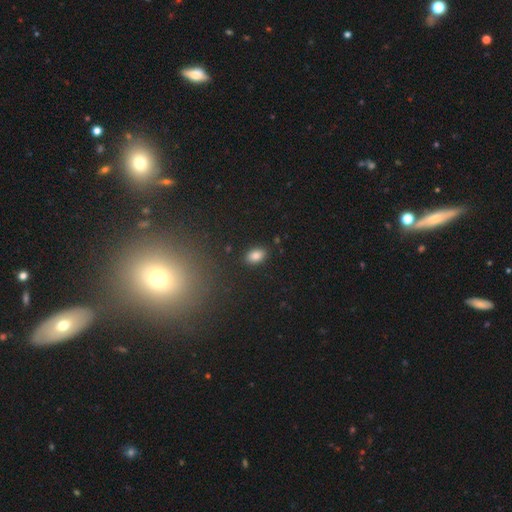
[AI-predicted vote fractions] A smooth galaxy with no disk features (84%) that is in between round and cigar-shaped (85%). Merging: none (88%).